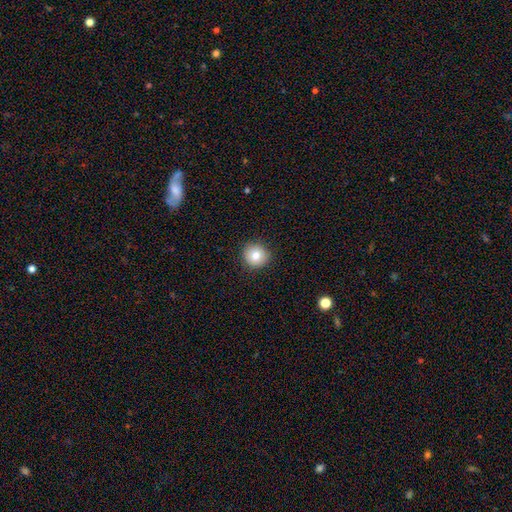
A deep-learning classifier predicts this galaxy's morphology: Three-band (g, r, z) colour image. It shows a smooth galaxy with no disk features (80%) that is round (94%). Merging: none (91%).